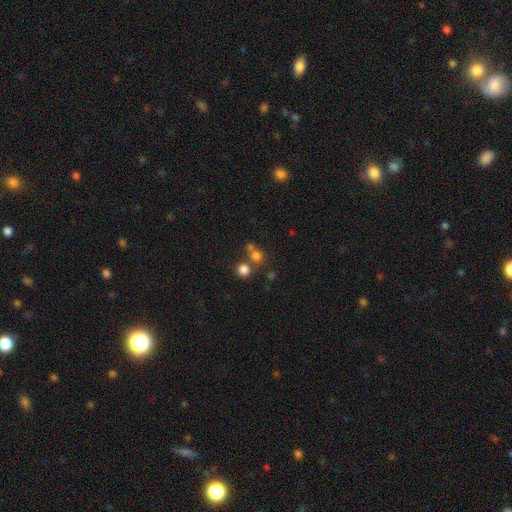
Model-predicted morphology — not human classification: smooth 73%, star or artifact 18%, featured or disk 9%. Down the decision tree: how rounded — round (78%); merging — none (52%).